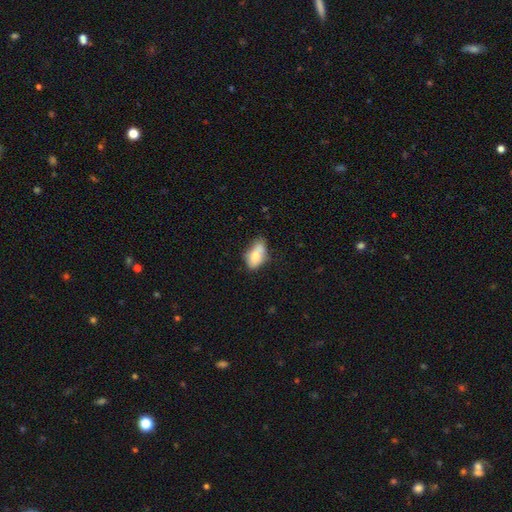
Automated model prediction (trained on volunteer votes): Smooth or featured? smooth (74%)
How rounded? in between (89%)
Merging? none (43%)